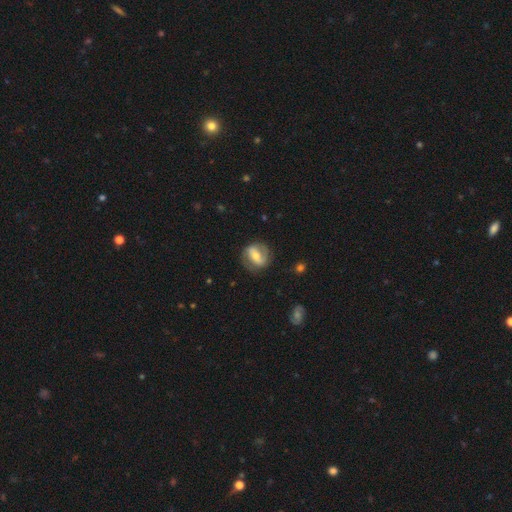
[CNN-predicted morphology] The model was most divided on "bar": strong: 49%, weak: 32%, no: 19%. More confident: edge-on disk — no (94%); merging — none (76%); spiral arms — yes (73%); smooth or featured — featured or disk (62%); bulge size — moderate (56%).